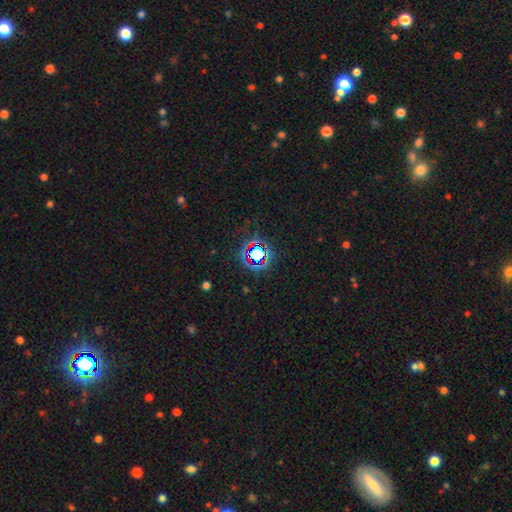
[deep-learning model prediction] Morphology: type=star or artifact (68%).